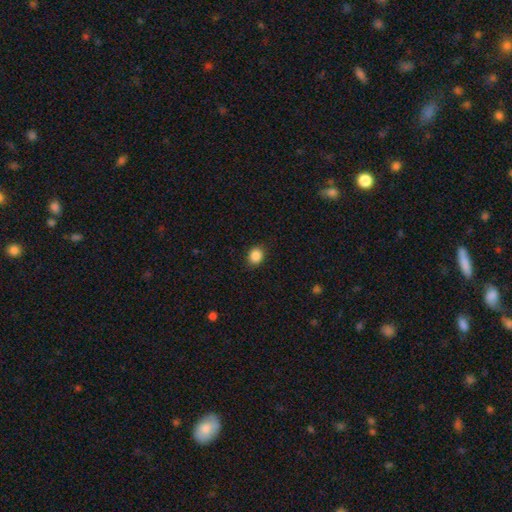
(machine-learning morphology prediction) Q: Smooth or featured?
A: smooth (88%); runner-up: star or artifact (9%)
Q: How rounded?
A: round (57%); runner-up: in between (42%)
Q: Merging?
A: none (88%); runner-up: minor disturbance (8%)